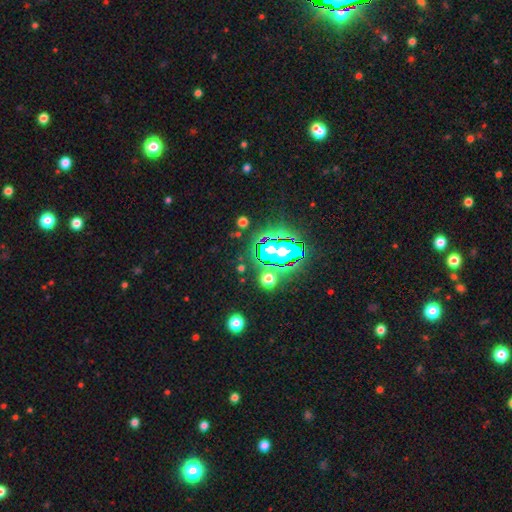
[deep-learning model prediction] Q: Smooth or featured?
A: star or artifact (81%); runner-up: smooth (11%)